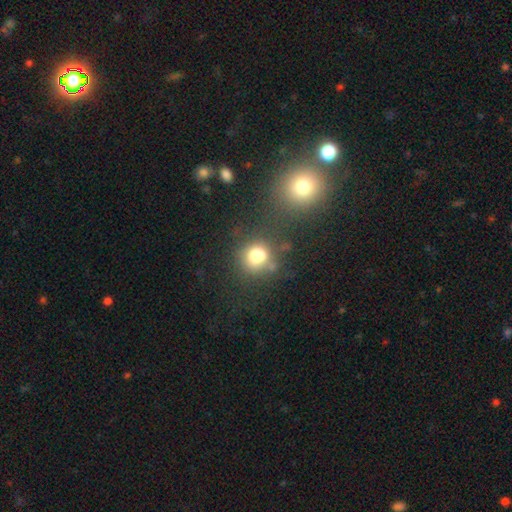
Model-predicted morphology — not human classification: smooth 72%, star or artifact 15%, featured or disk 13%. Down the decision tree: how rounded — round (73%); merging — none (52%).